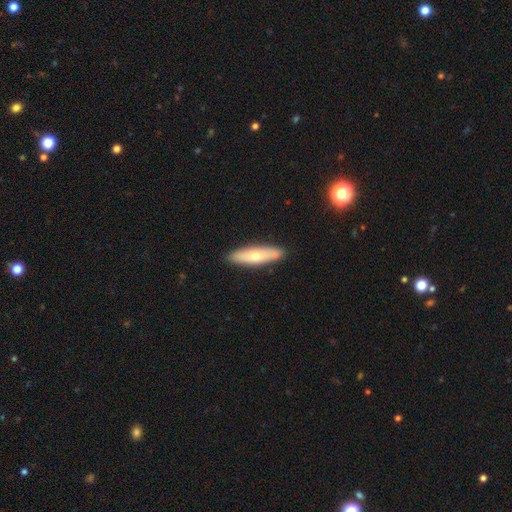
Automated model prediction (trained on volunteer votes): Q: Smooth or featured?
A: smooth (60%); runner-up: featured or disk (34%)
Q: How rounded?
A: cigar-shaped (66%); runner-up: in between (32%)
Q: Merging?
A: none (84%); runner-up: minor disturbance (11%)